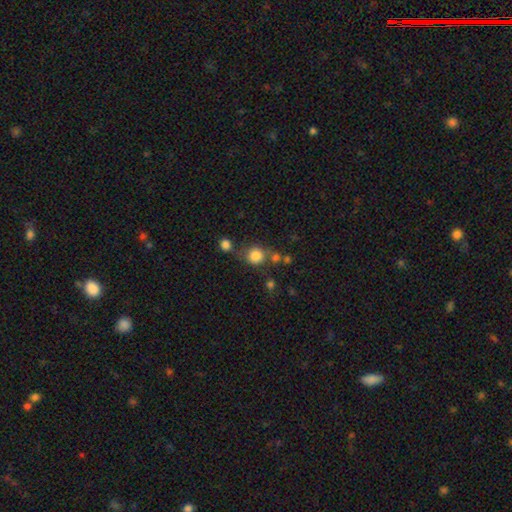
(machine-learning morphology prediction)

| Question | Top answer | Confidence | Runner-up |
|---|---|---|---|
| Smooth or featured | smooth | 82% | star or artifact (11%) |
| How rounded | round | 86% | in between (13%) |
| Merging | none | 64% | merger (17%) |